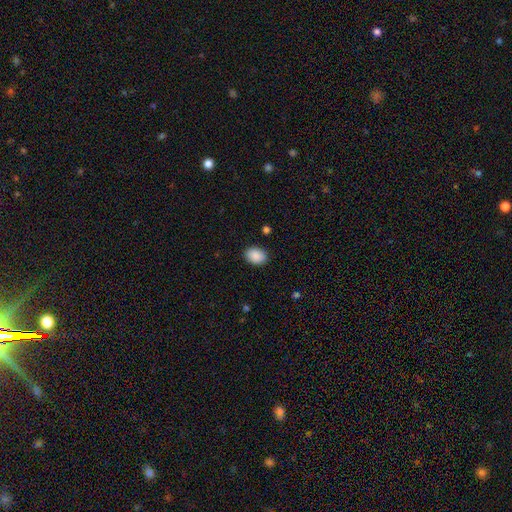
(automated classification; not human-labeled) Smooth or featured: smooth — 90% (star or artifact — 7%)
How rounded: in between — 72% (round — 27%)
Merging: none — 89% (minor disturbance — 8%)